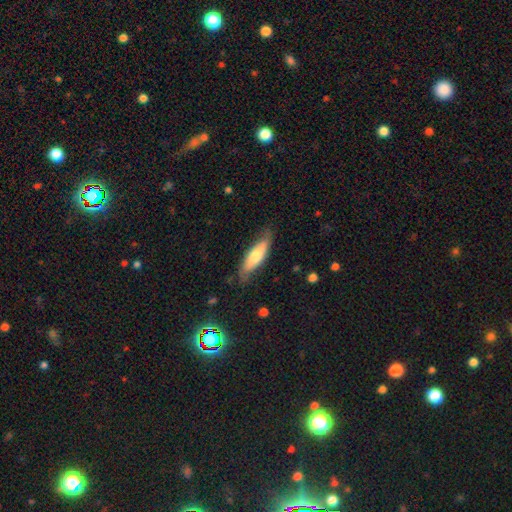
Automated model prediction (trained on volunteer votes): This appears to be a smooth galaxy with no disk features (60%) that is in between round and cigar-shaped (51%). Merging: none (73%).